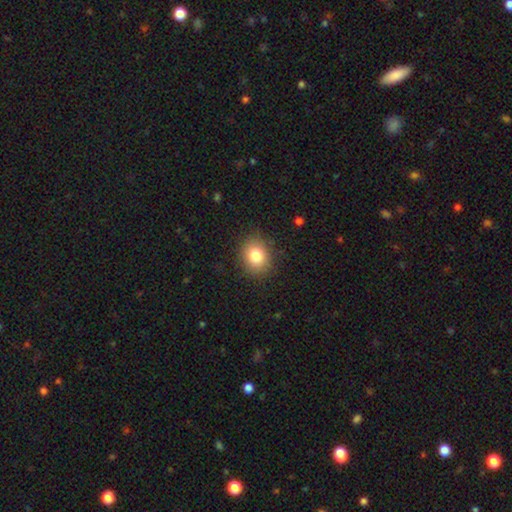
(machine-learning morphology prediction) This appears to be a smooth galaxy with no disk features (83%) that is round (59%). Merging: none (86%).